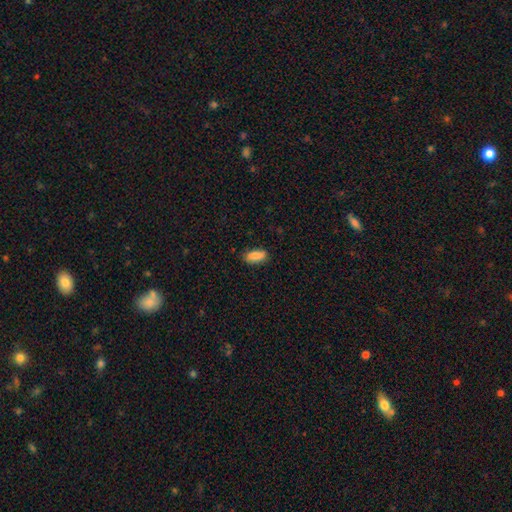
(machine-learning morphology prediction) Smooth or featured?
  - smooth: 85% *
  - featured or disk: 8%
  - star or artifact: 7%
How rounded?
  - in between: 86% *
  - cigar-shaped: 11%
  - round: 3%
Merging?
  - none: 84% *
  - minor disturbance: 13%
  - major disturbance: 2%
  - merger: 1%